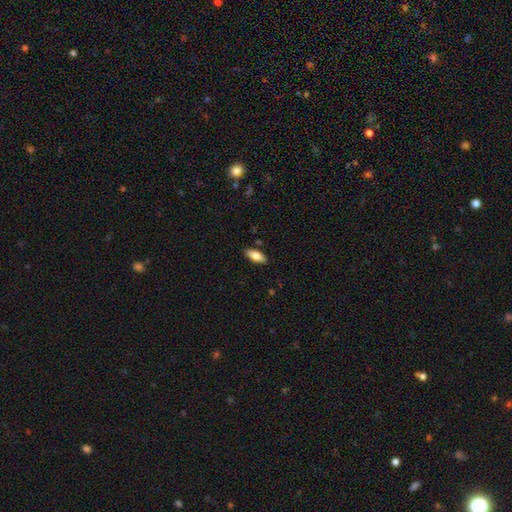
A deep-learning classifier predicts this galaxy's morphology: A smooth galaxy with no disk features (80%) that is in between round and cigar-shaped (82%).

Vote fractions:
- Smooth or featured? smooth: 80% / featured or disk: 14% / star or artifact: 6%
- How rounded? in between: 82% / cigar-shaped: 16% / round: 2%
- Merging? none: 88% / minor disturbance: 9% / major disturbance: 2% / merger: 2%